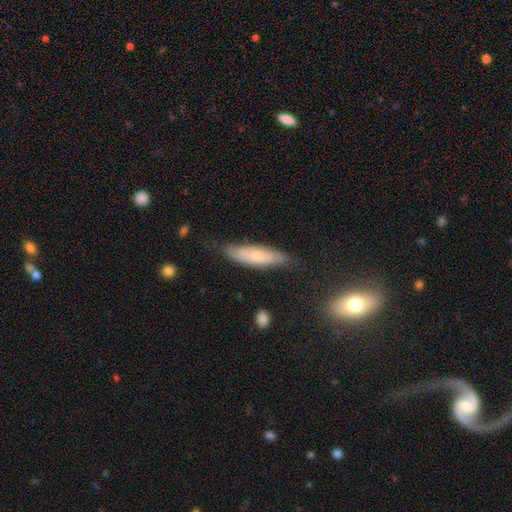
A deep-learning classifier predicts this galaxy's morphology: smooth 60%, featured or disk 33%, star or artifact 7%. Down the decision tree: how rounded — cigar-shaped (63%); merging — none (76%).